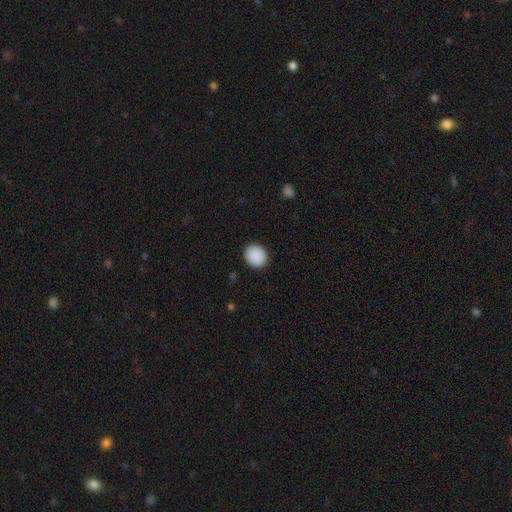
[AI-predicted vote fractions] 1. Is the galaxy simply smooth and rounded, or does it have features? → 90% smooth, 7% star or artifact, 3% featured or disk.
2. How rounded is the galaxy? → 80% round, 19% in between, 1% cigar-shaped.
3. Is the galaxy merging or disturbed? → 92% none, 6% minor disturbance, 2% major disturbance, 1% merger.